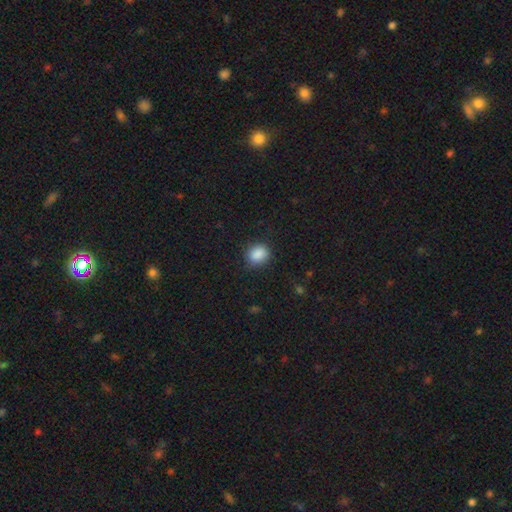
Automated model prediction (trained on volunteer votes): Q: Smooth or featured?
A: smooth (88%); runner-up: star or artifact (9%)
Q: How rounded?
A: round (59%); runner-up: in between (40%)
Q: Merging?
A: none (83%); runner-up: minor disturbance (13%)